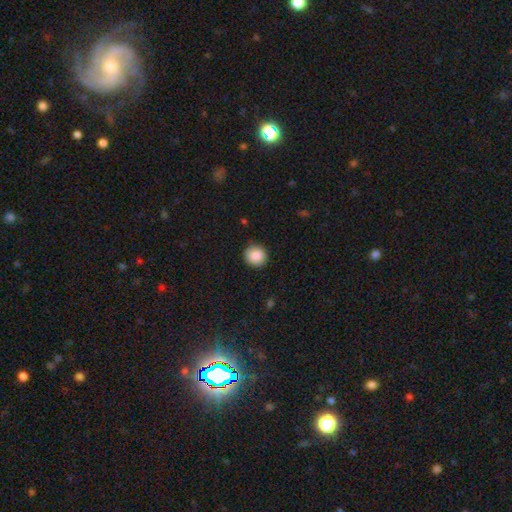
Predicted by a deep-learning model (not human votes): Smooth or featured? smooth (86%)
How rounded? round (90%)
Merging? none (91%)